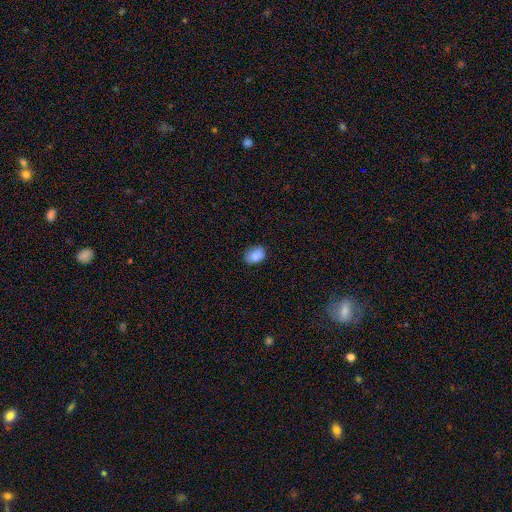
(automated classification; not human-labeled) This is clearly a smooth galaxy (86%). How rounded: likely in between (73%). Merging: likely none (78%).